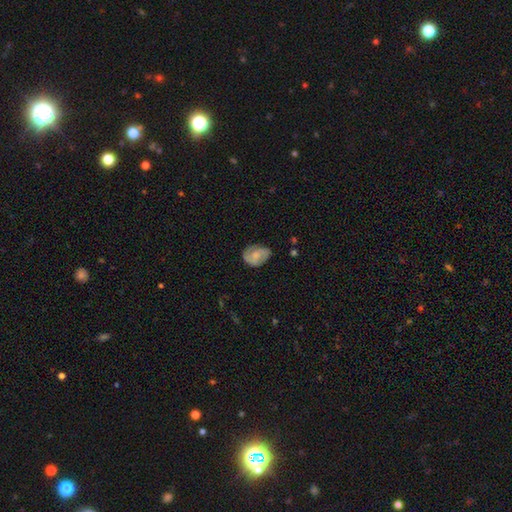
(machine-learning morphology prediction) Smooth or featured: featured or disk — 48% (smooth — 45%)
Merging: none — 64% (minor disturbance — 25%)